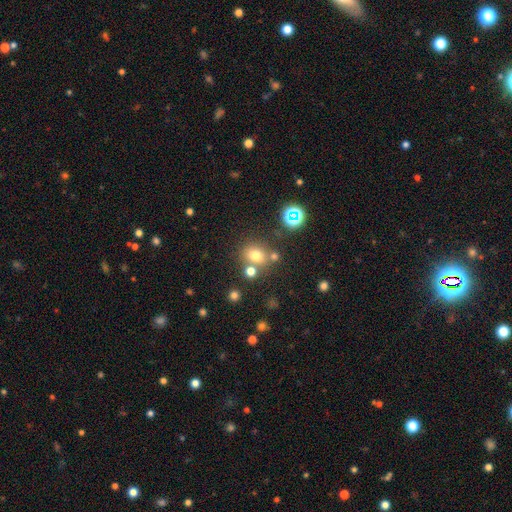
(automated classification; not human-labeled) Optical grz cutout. It shows a smooth galaxy with no disk features (69%) that is round (68%). Merging: none (67%).